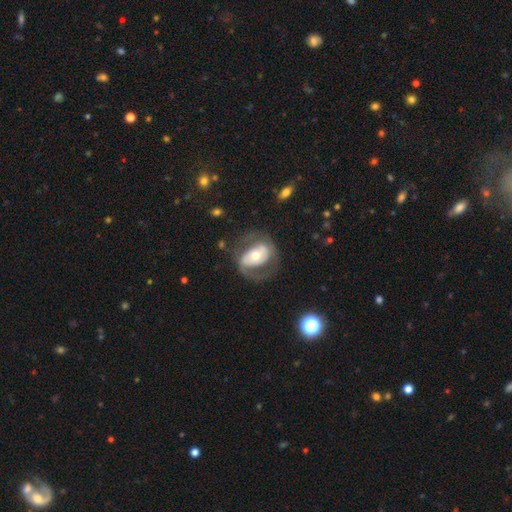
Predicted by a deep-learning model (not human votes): This is likely a featured or disk galaxy (66%). It is clearly not viewed edge-on (95%). Bar: possibly no (49%). Spiral arm pattern: likely yes (64%). Central bulge: likely moderate (64%). Merging: possibly none (55%).